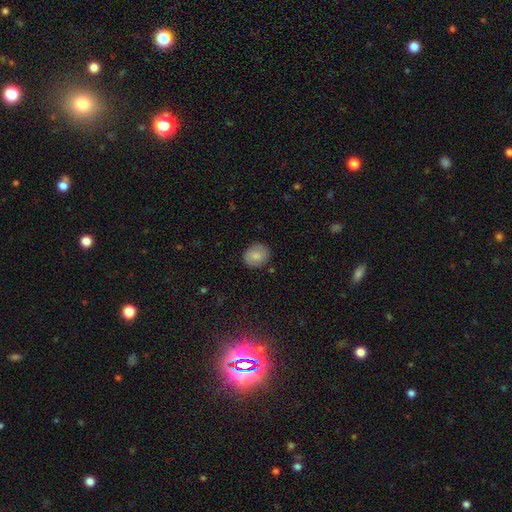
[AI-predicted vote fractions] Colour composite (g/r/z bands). It shows a smooth galaxy with no disk features (80%) that is round (72%). Merging: none (86%).